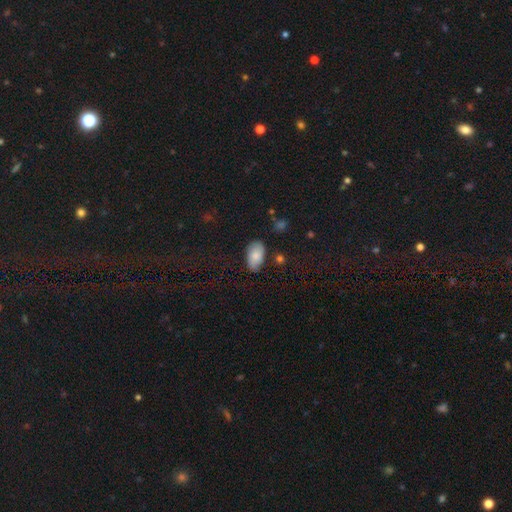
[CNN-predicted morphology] smooth-or-featured: smooth: 79% | featured or disk: 14% | star or artifact: 7%
  how-rounded: in between: 94% | round: 5% | cigar-shaped: 2%
  merging: none: 71% | minor disturbance: 21% | major disturbance: 5% | merger: 3%